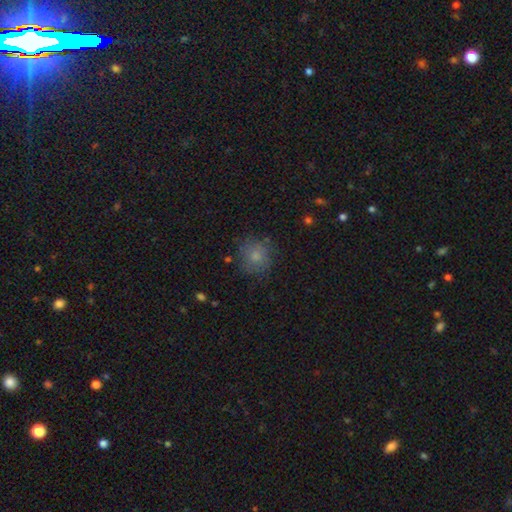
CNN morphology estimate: smooth-or-featured: smooth: 76% | featured or disk: 13% | star or artifact: 10%
  how-rounded: round: 88% | in between: 11% | cigar-shaped: 1%
  merging: none: 74% | minor disturbance: 17% | major disturbance: 6% | merger: 2%